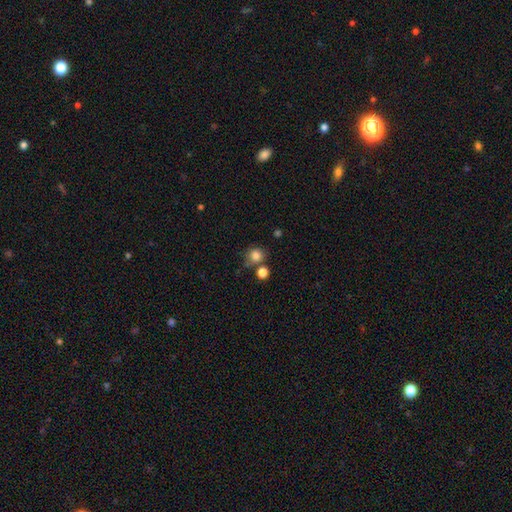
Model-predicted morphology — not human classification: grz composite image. It shows a smooth galaxy with no disk features (82%) that is round (85%). Merging: none (63%).